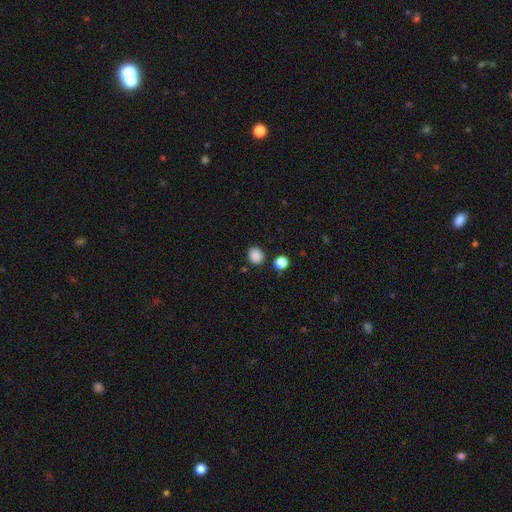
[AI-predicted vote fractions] A smooth galaxy with no disk features (87%) that is round (71%). Merging: none (86%).